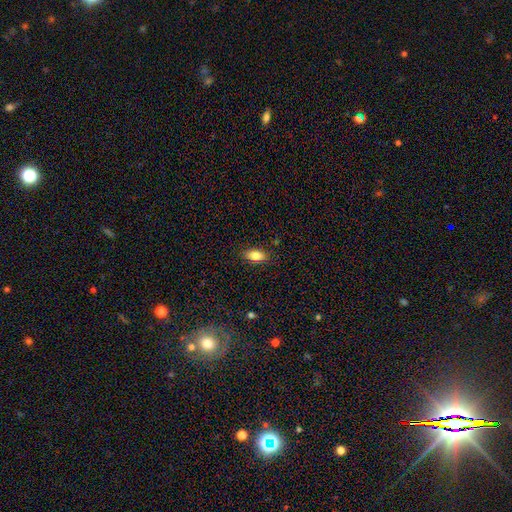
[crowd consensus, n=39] Overall: smooth (79%). How rounded: in between (90%). Merging: none (92%).